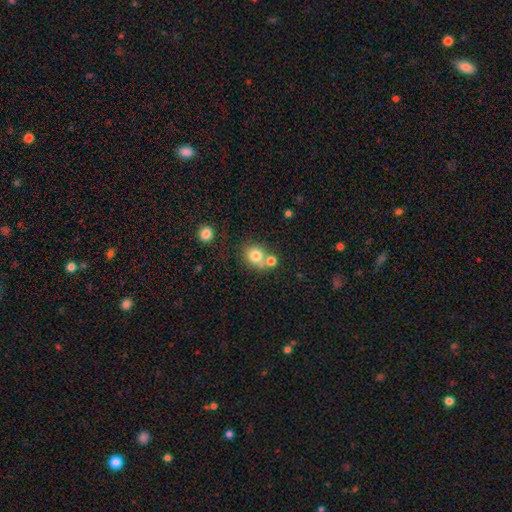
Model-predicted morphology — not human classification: Q: Smooth or featured?
A: smooth (78%); runner-up: star or artifact (12%)
Q: How rounded?
A: round (78%); runner-up: in between (21%)
Q: Merging?
A: none (54%); runner-up: merger (33%)